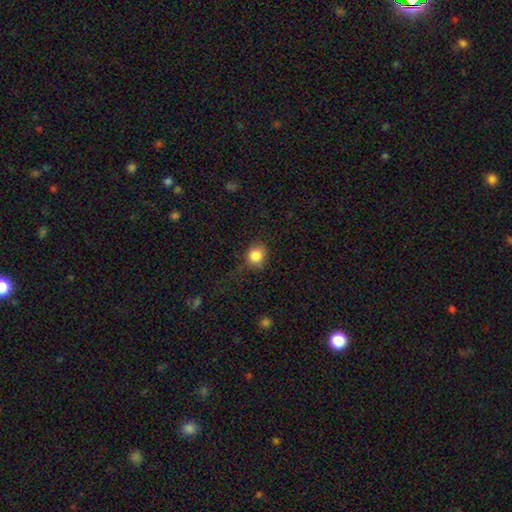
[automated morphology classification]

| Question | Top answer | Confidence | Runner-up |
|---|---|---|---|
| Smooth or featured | smooth | 84% | star or artifact (10%) |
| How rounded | round | 75% | in between (24%) |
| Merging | none | 69% | minor disturbance (21%) |